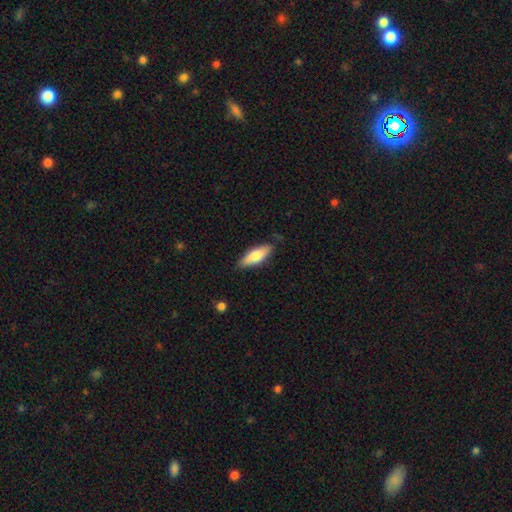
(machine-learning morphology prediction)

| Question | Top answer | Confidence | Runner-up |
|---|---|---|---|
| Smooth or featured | smooth | 74% | featured or disk (21%) |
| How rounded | in between | 62% | cigar-shaped (36%) |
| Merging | none | 81% | minor disturbance (15%) |